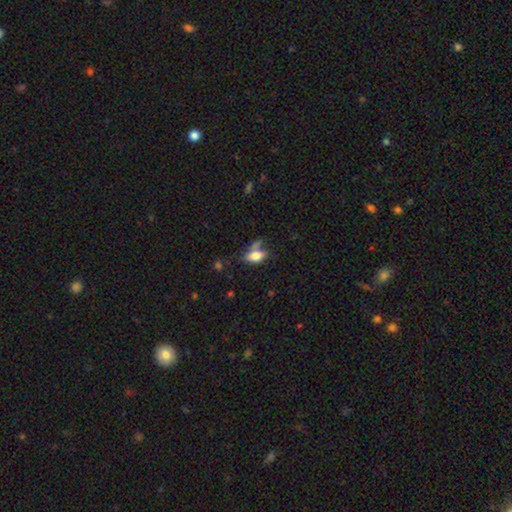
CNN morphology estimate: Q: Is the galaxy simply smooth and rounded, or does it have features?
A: smooth — 75%.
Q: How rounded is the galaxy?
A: in between — 84%.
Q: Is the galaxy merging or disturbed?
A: none — 47%.